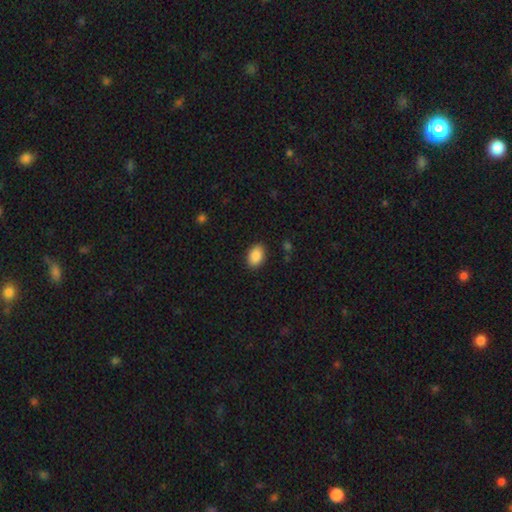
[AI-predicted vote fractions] Smooth or featured? smooth (89%)
How rounded? in between (86%)
Merging? none (88%)